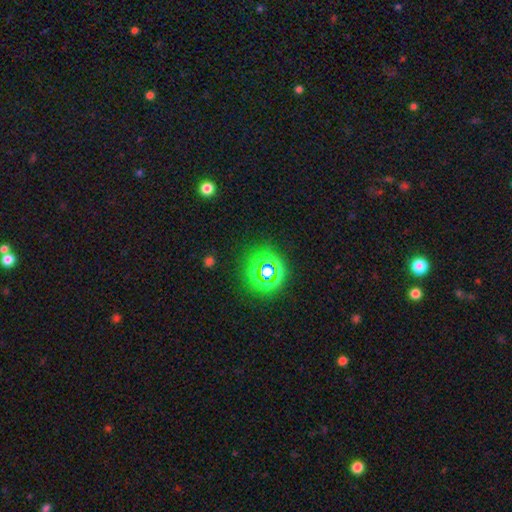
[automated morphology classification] Smooth or featured?
  - star or artifact: 53% *
  - smooth: 42%
  - featured or disk: 5%